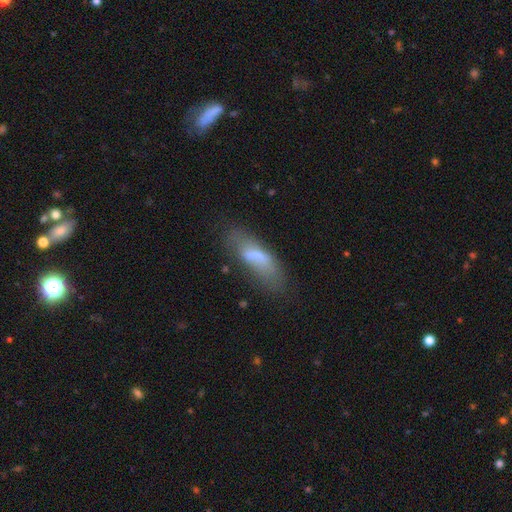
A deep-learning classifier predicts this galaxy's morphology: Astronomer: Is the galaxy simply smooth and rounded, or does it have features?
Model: smooth — 61%.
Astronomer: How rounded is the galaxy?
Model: in between — 49%, tied with cigar-shaped at 49%.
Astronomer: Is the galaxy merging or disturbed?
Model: none — 56%.